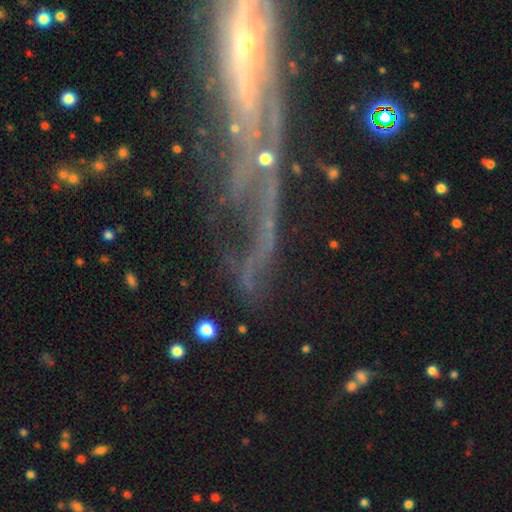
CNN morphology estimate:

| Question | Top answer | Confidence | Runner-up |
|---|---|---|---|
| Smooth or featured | featured or disk | 66% | star or artifact (20%) |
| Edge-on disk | no | 69% | yes (31%) |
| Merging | none | 44% | major disturbance (30%) |